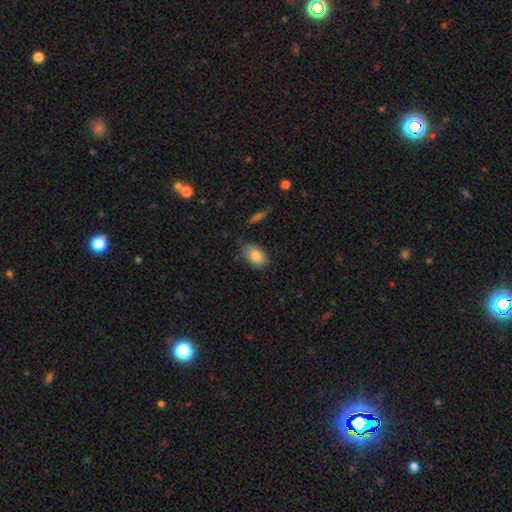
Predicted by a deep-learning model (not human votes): A smooth galaxy with no disk features (84%) that is in between round and cigar-shaped (90%).

Vote fractions:
- Smooth or featured? smooth: 84% / featured or disk: 9% / star or artifact: 7%
- How rounded? in between: 90% / round: 9% / cigar-shaped: 2%
- Merging? none: 72% / minor disturbance: 22% / major disturbance: 4% / merger: 2%